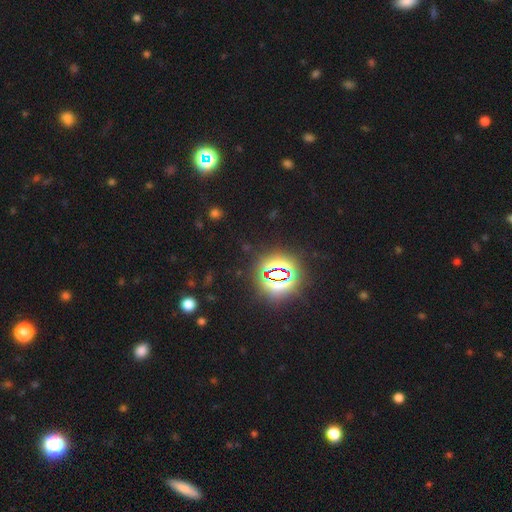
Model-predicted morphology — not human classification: The model was most divided on "smooth or featured": star or artifact: 81%, smooth: 13%, featured or disk: 6%.